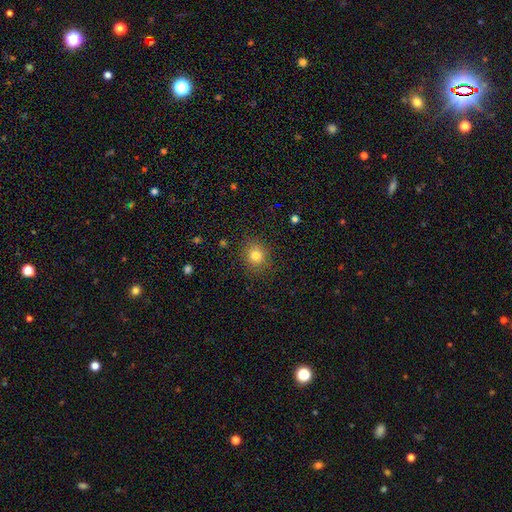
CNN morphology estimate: The model was most divided on "how rounded": round: 78%, in between: 21%, cigar-shaped: 1%. More confident: merging — none (87%); smooth or featured — smooth (80%).